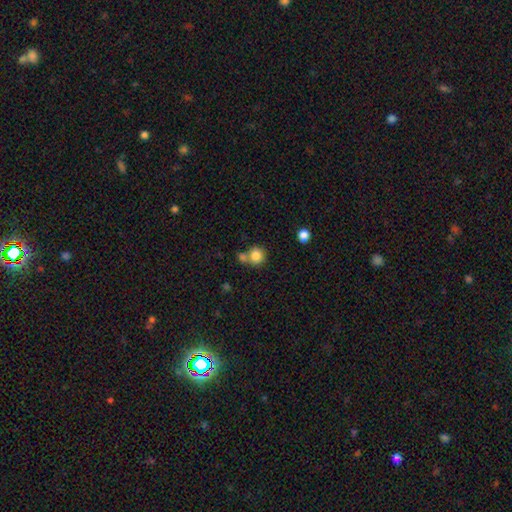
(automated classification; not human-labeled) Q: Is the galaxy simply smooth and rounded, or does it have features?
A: smooth — 82%.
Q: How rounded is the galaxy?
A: round — 89%.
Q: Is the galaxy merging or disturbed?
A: none — 54%.